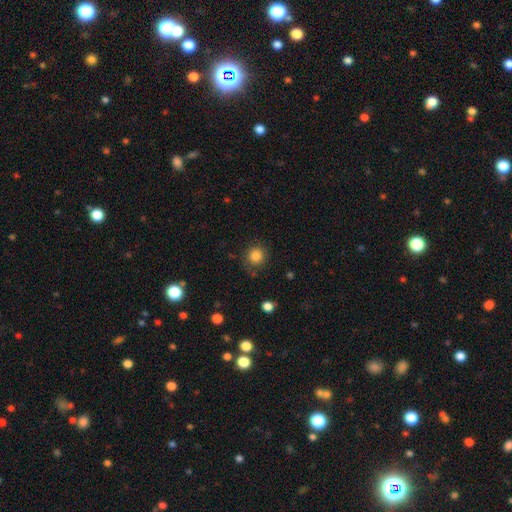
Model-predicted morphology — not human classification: type=smooth (84%); roundness=round (90%); merging=none (80%).